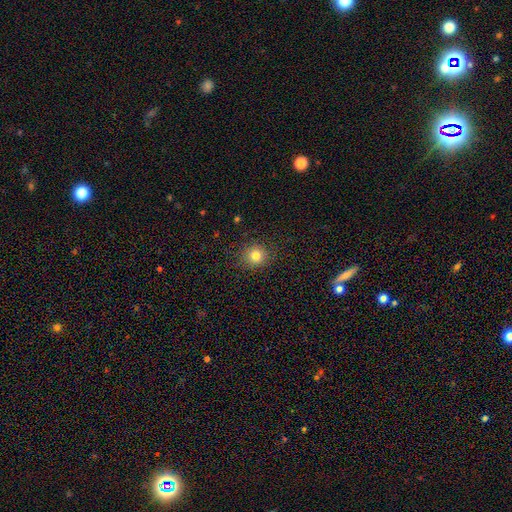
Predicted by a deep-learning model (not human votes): Smooth or featured?
  - smooth: 79% *
  - star or artifact: 14%
  - featured or disk: 7%
How rounded?
  - round: 90% *
  - in between: 9%
  - cigar-shaped: 1%
Merging?
  - none: 88% *
  - minor disturbance: 8%
  - major disturbance: 3%
  - merger: 1%